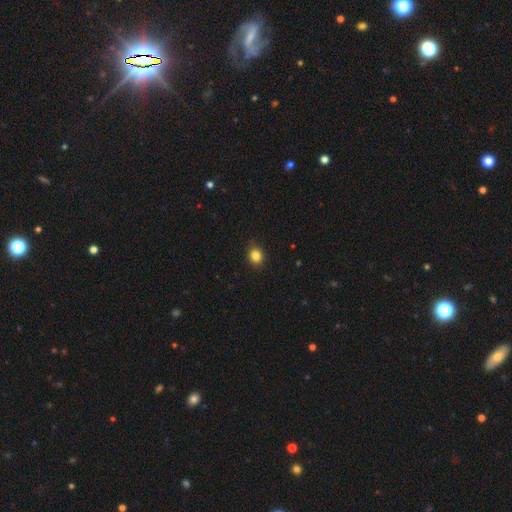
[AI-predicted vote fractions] Smooth or featured? Predicted: smooth (p=0.84). How rounded? Predicted: round (p=0.70). Merging? Predicted: none (p=0.85).